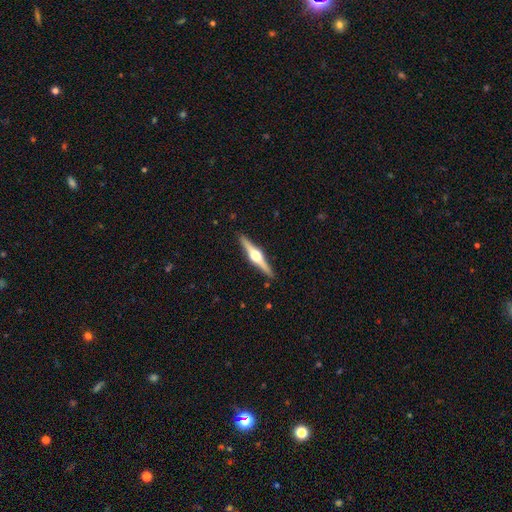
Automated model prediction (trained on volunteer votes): Smooth or featured? Predicted: featured or disk (p=0.81). Edge-on disk? Predicted: yes (p=0.98). Edge-on bulge? Predicted: rounded (p=0.96). Merging? Predicted: none (p=0.91).